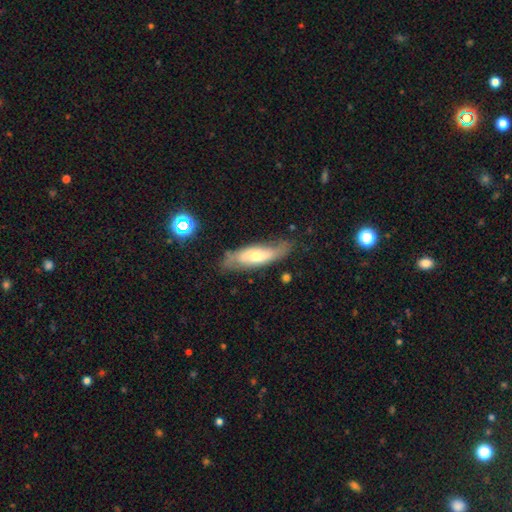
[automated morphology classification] Smooth or featured: featured or disk — 49% (smooth — 45%)
Merging: none — 66% (minor disturbance — 24%)